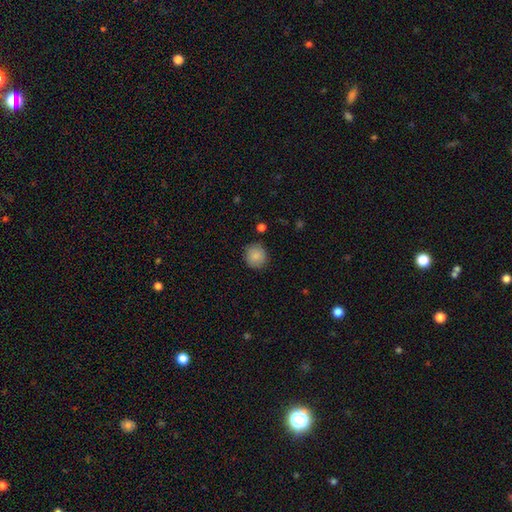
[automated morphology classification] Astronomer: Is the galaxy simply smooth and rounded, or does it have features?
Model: smooth — 87%.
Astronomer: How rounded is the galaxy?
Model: round — 90%.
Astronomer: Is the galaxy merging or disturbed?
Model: none — 88%.